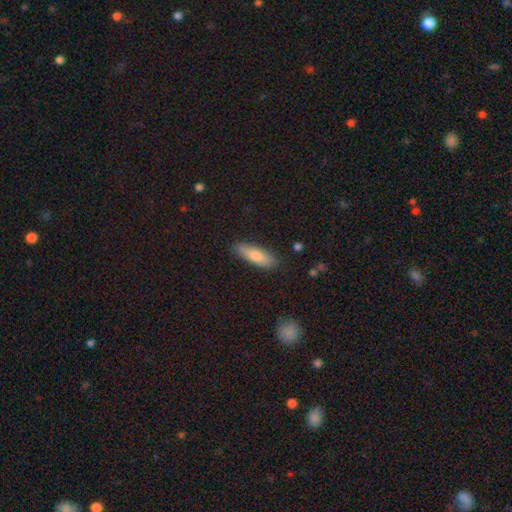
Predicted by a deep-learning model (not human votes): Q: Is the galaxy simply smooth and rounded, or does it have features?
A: smooth — 76%.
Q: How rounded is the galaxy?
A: cigar-shaped — 51%.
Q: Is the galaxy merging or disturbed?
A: none — 83%.